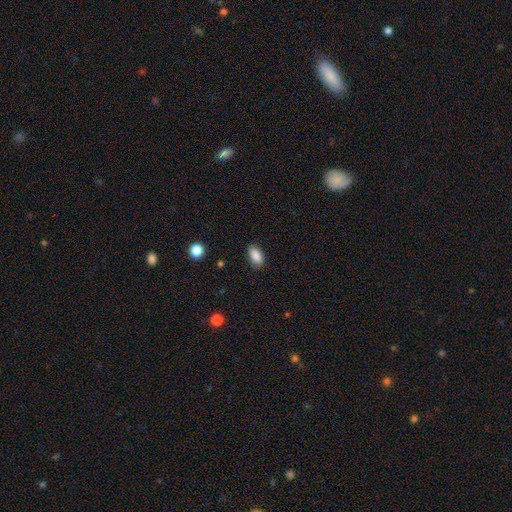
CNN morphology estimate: smooth_or_featured: smooth (p=0.88) [alt: star or artifact p=0.08]
how_rounded: in between (p=0.91) [alt: round p=0.05]
merging: none (p=0.84) [alt: minor disturbance p=0.13]